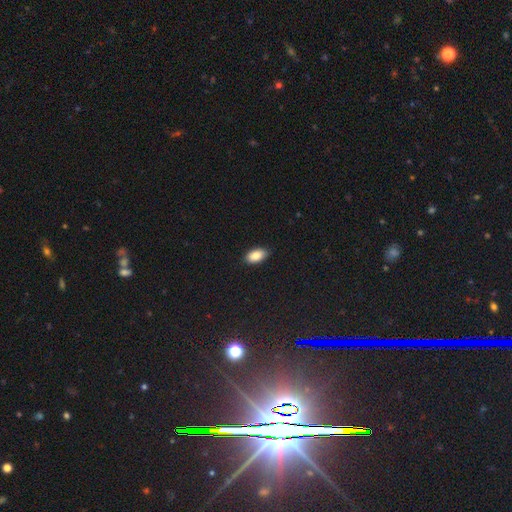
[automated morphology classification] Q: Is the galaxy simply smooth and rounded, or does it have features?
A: smooth — 87%.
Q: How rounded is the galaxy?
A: in between — 93%.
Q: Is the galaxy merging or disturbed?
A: none — 87%.